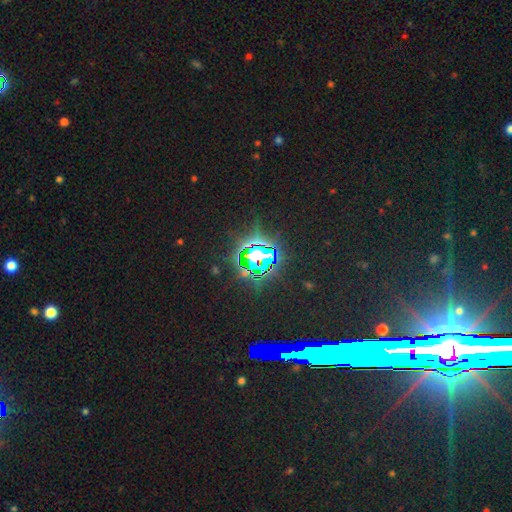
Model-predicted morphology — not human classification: The model was most divided on "smooth or featured": star or artifact: 78%, smooth: 12%, featured or disk: 10%.